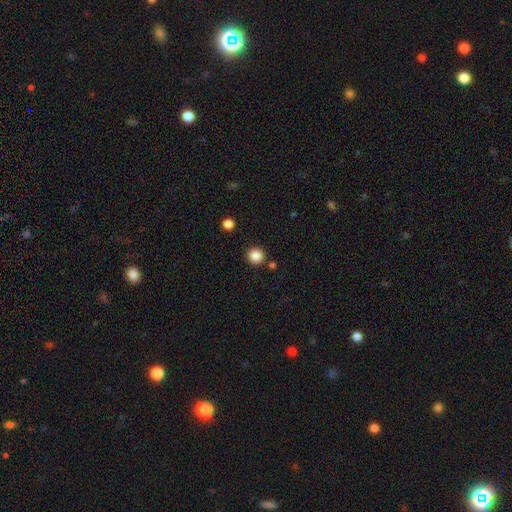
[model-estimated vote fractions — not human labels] smooth_or_featured: smooth (p=0.86) [alt: star or artifact p=0.11]
how_rounded: round (p=0.96) [alt: in between p=0.03]
merging: none (p=0.89) [alt: minor disturbance p=0.05]